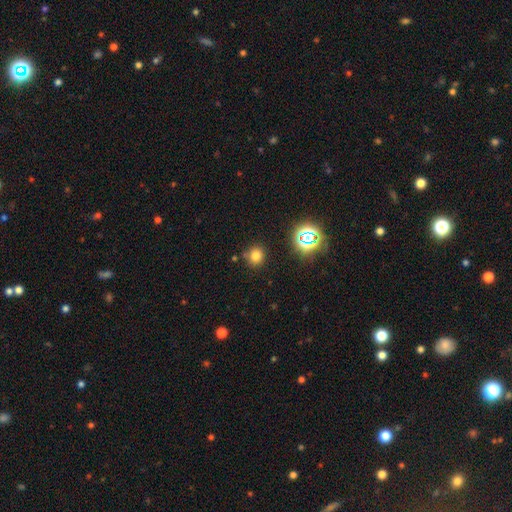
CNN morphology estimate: A smooth galaxy with no disk features (74%) that is round (84%). Merging: none (80%).